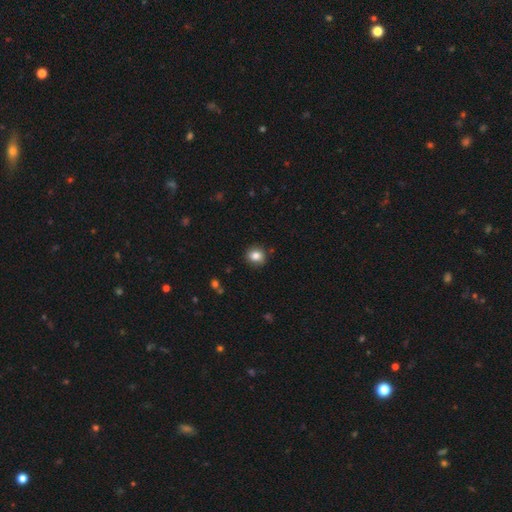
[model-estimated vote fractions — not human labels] Morphology: type=smooth (83%); roundness=round (85%); merging=none (88%).